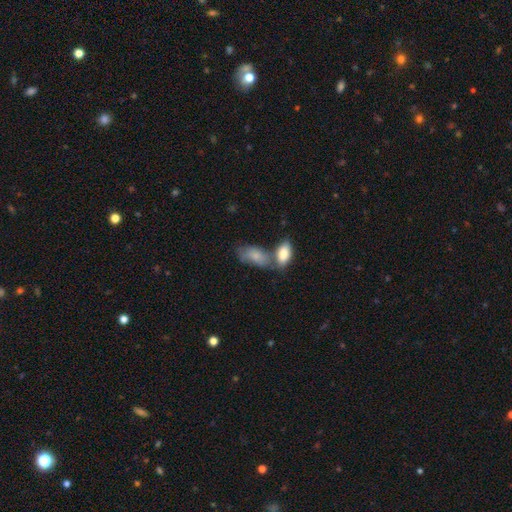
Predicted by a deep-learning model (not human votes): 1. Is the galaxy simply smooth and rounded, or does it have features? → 78% smooth, 16% featured or disk, 6% star or artifact.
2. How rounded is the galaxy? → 92% in between, 4% cigar-shaped, 4% round.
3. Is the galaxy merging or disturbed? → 40% merger, 35% none, 18% minor disturbance, 7% major disturbance.